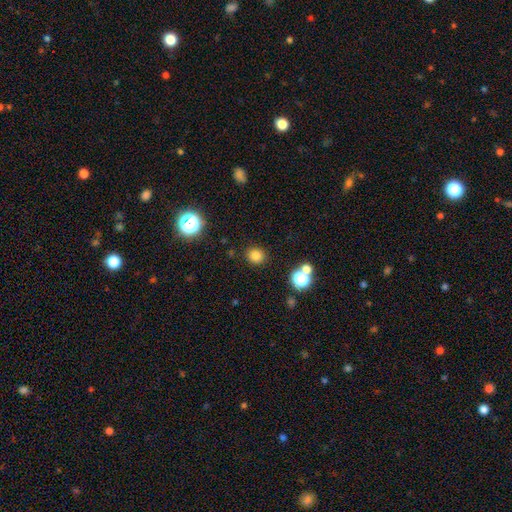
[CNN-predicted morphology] A smooth galaxy with no disk features (79%) that is round (84%). Merging: none (88%).